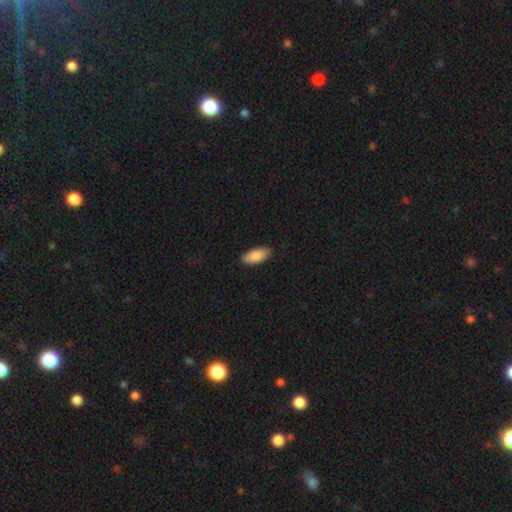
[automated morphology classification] smooth 89%, featured or disk 6%, star or artifact 6%. Down the decision tree: how rounded — in between (86%); merging — none (87%).